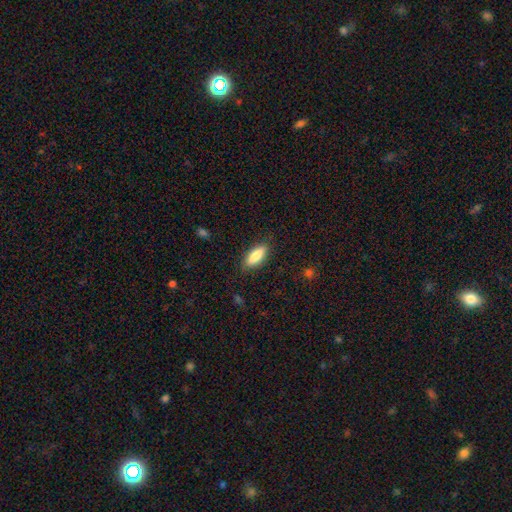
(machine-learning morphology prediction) This is clearly a smooth galaxy (84%). How rounded: likely in between (68%). Merging: clearly none (85%).